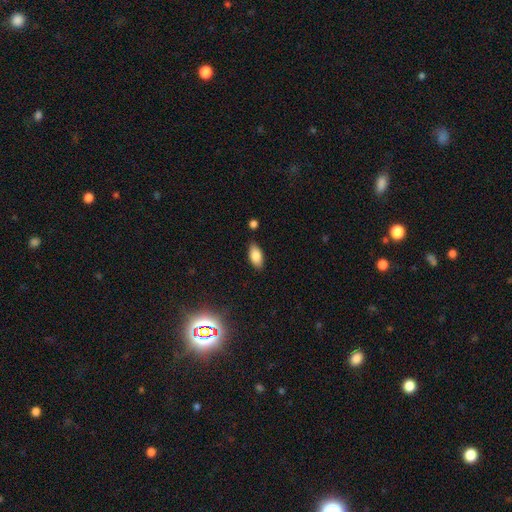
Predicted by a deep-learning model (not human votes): This is clearly a smooth galaxy (83%). How rounded: clearly in between (90%). Merging: clearly none (85%).